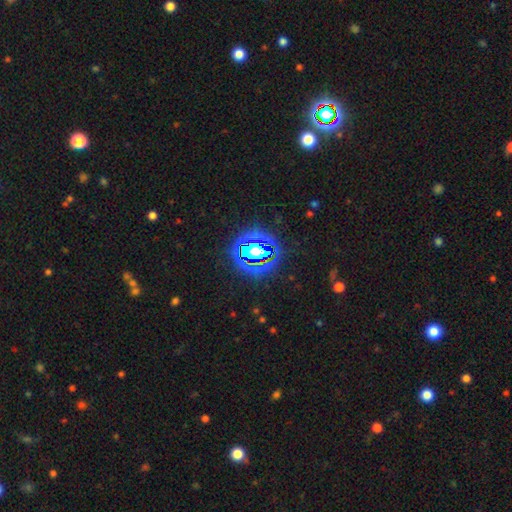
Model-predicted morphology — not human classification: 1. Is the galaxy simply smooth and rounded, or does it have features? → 82% star or artifact, 11% smooth, 7% featured or disk.